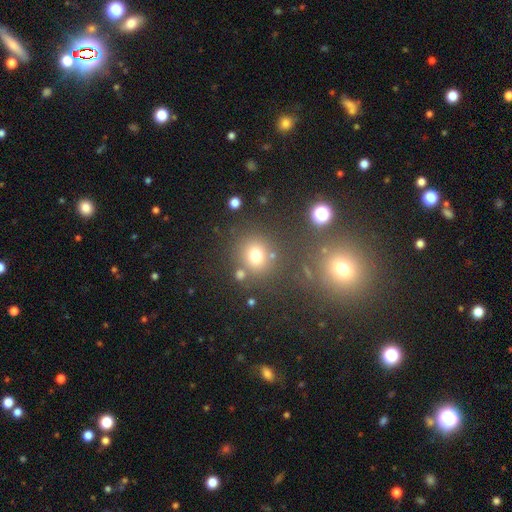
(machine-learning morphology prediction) type=smooth (72%); roundness=round (81%); merging=none (74%).